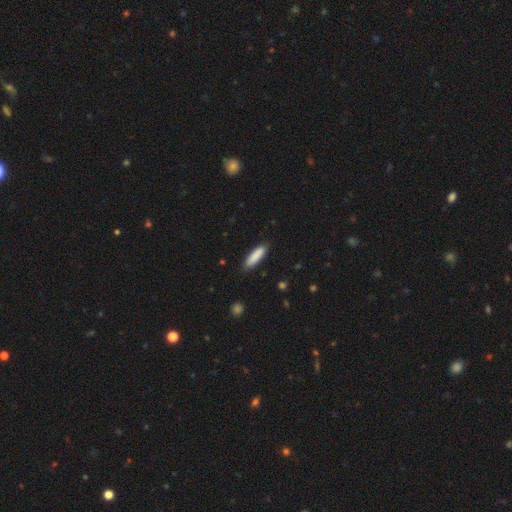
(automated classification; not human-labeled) Smooth or featured?
  - smooth: 88% *
  - featured or disk: 6%
  - star or artifact: 6%
How rounded?
  - cigar-shaped: 64% *
  - in between: 35%
  - round: 1%
Merging?
  - none: 88% *
  - minor disturbance: 9%
  - major disturbance: 2%
  - merger: 1%